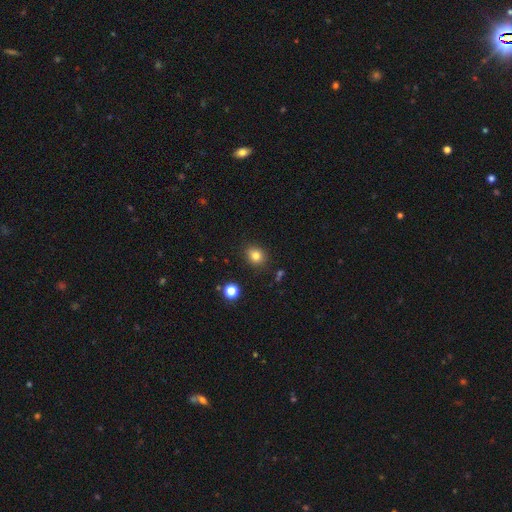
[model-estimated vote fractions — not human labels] Smooth or featured? Predicted: smooth (p=0.81). How rounded? Predicted: round (p=0.68). Merging? Predicted: none (p=0.86).